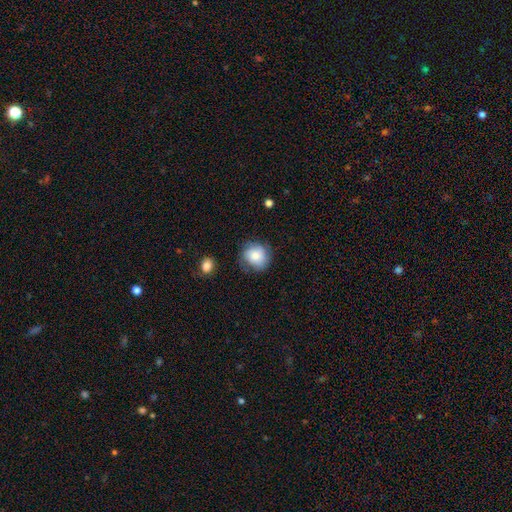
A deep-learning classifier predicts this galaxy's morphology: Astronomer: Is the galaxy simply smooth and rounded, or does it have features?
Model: smooth — 77%.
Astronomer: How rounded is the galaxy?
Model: round — 83%.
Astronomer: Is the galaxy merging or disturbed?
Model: none — 68%.